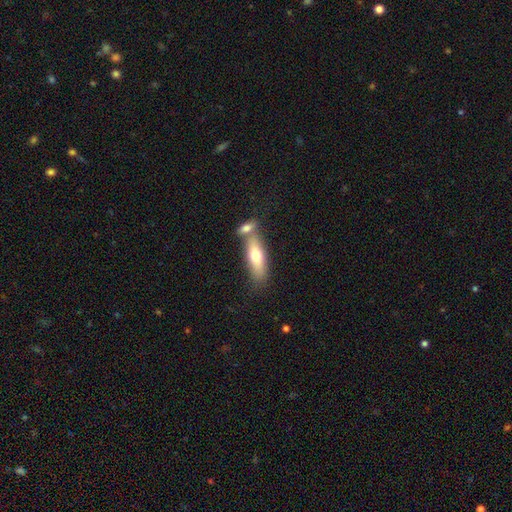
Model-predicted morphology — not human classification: Q: Smooth or featured?
A: smooth (66%); runner-up: featured or disk (28%)
Q: How rounded?
A: in between (55%); runner-up: cigar-shaped (42%)
Q: Merging?
A: none (51%); runner-up: merger (34%)